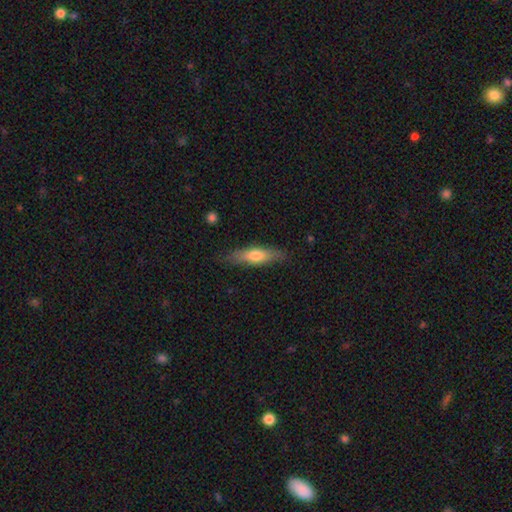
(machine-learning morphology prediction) Smooth or featured?
  - smooth: 61% *
  - featured or disk: 33%
  - star or artifact: 6%
How rounded?
  - cigar-shaped: 65% *
  - in between: 33%
  - round: 2%
Merging?
  - none: 82% *
  - minor disturbance: 14%
  - major disturbance: 3%
  - merger: 1%